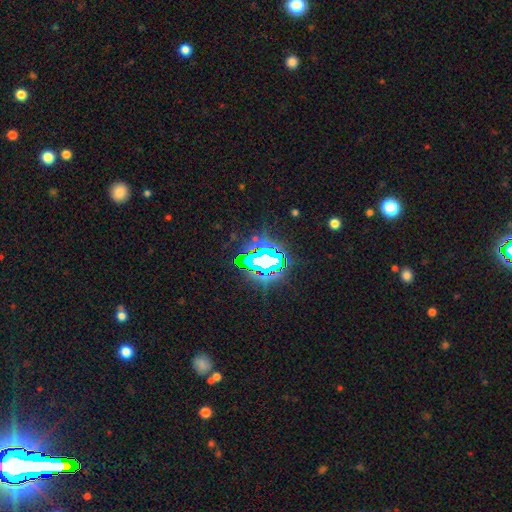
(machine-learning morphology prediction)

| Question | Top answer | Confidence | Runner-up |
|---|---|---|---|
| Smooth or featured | star or artifact | 83% | smooth (10%) |